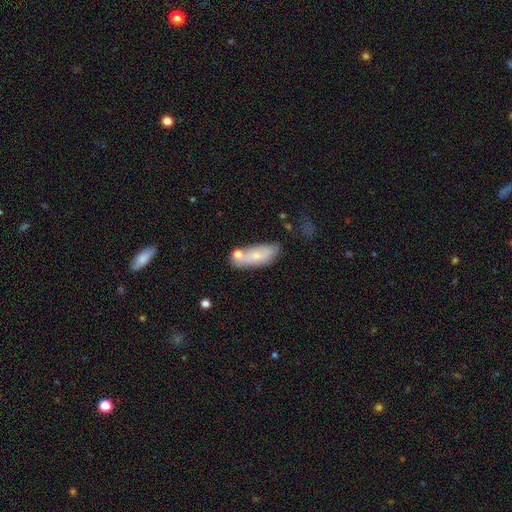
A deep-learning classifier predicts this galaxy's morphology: The model was most divided on "merging": none: 55%, minor disturbance: 20%, merger: 19%, major disturbance: 6%. More confident: how rounded — in between (77%); smooth or featured — smooth (69%).